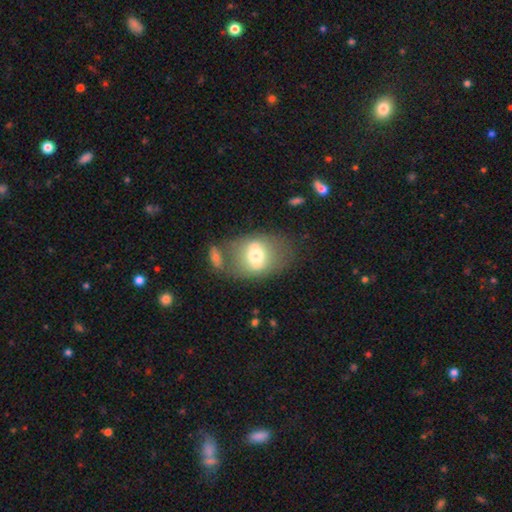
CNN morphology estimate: smooth 53%, featured or disk 39%, star or artifact 9%. Down the decision tree: how rounded — in between (63%); merging — none (52%).